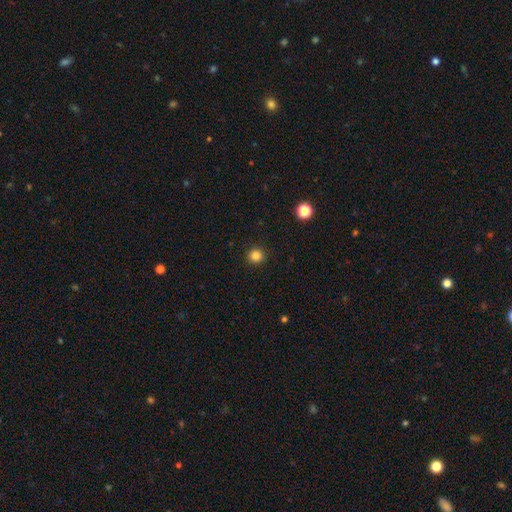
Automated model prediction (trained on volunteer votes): smooth_or_featured: smooth (p=0.84) [alt: star or artifact p=0.12]
how_rounded: round (p=0.92) [alt: in between p=0.07]
merging: none (p=0.93) [alt: minor disturbance p=0.05]